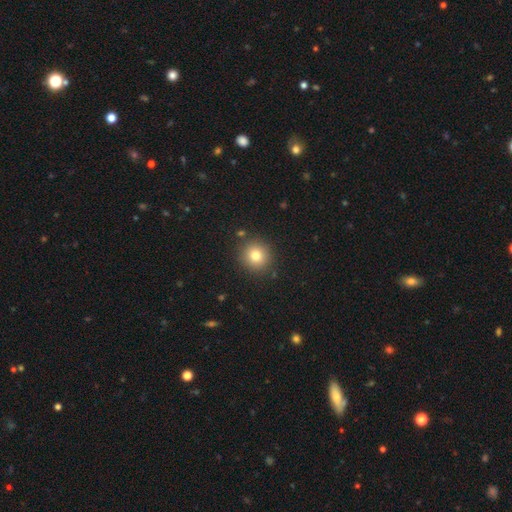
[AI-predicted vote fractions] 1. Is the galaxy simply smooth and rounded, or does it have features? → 78% smooth, 13% star or artifact, 9% featured or disk.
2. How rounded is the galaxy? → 92% round, 7% in between, 1% cigar-shaped.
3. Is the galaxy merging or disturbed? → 89% none, 7% minor disturbance, 2% merger, 2% major disturbance.